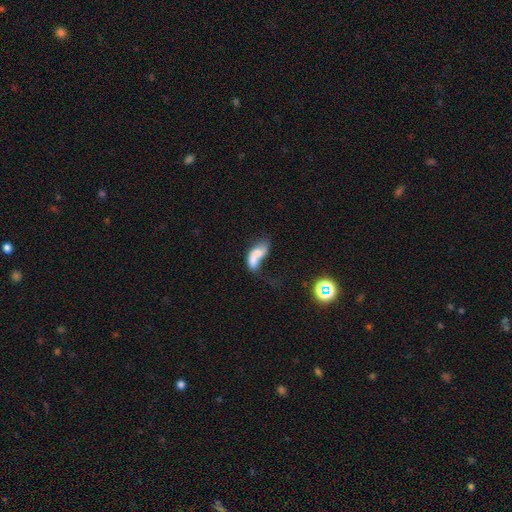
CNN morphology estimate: smooth_or_featured: smooth (p=0.56) [alt: featured or disk p=0.34]
how_rounded: in between (p=0.81) [alt: cigar-shaped p=0.12]
merging: merger (p=0.55) [alt: major disturbance p=0.17]